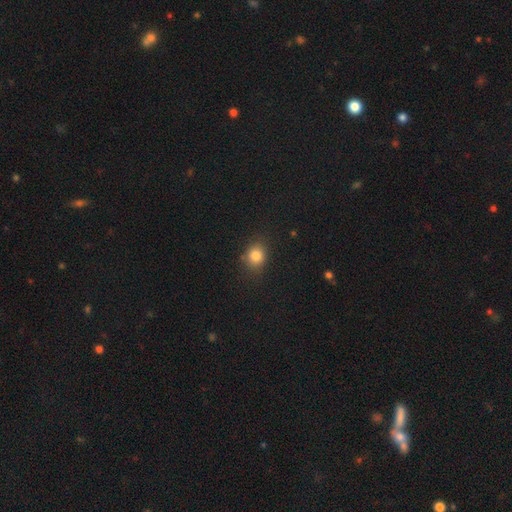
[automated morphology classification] Smooth or featured: smooth — 82% (star or artifact — 12%)
How rounded: round — 63% (in between — 36%)
Merging: none — 78% (minor disturbance — 15%)